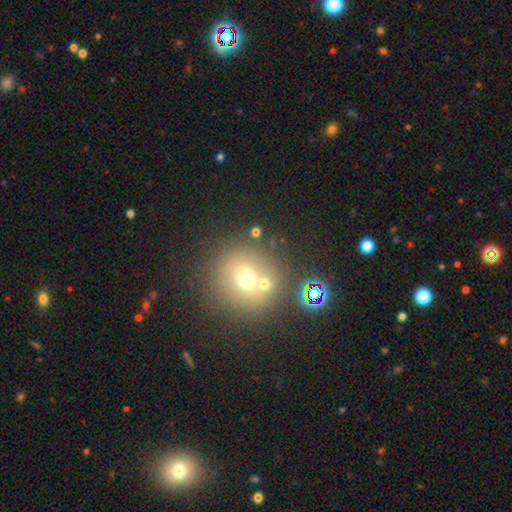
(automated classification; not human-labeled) Smooth or featured?
  - smooth: 51% *
  - star or artifact: 33%
  - featured or disk: 16%
How rounded?
  - round: 89% *
  - in between: 10%
  - cigar-shaped: 1%
Merging?
  - none: 69% *
  - merger: 18%
  - minor disturbance: 9%
  - major disturbance: 4%